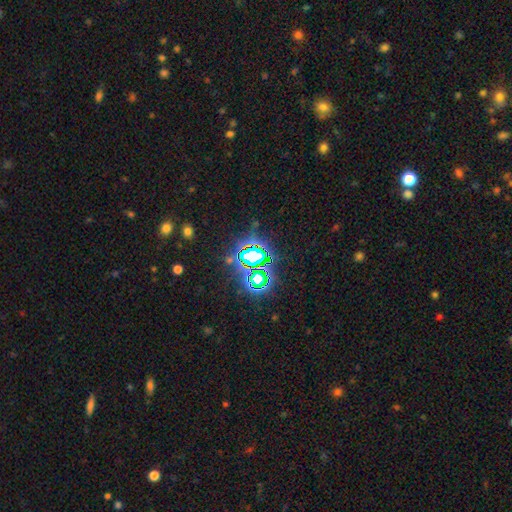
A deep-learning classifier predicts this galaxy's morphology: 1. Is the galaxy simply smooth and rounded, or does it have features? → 75% star or artifact, 14% smooth, 11% featured or disk.